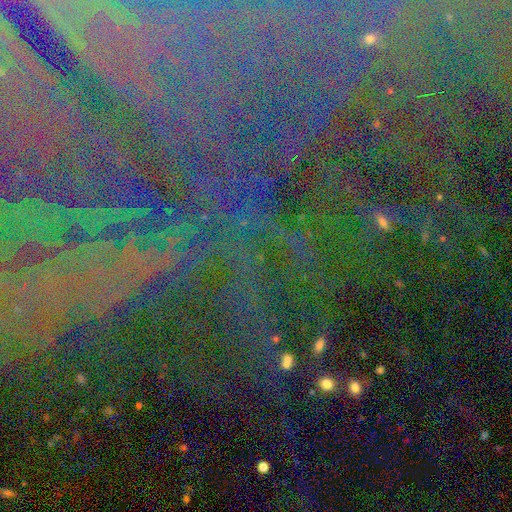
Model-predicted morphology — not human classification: smooth-or-featured: star or artifact: 84% | featured or disk: 9% | smooth: 7%